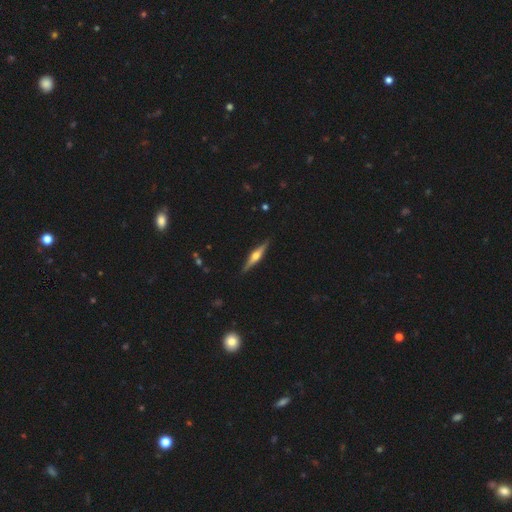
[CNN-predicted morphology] A featured or disk galaxy (73%) viewed edge-on (98%) with a rounded central bulge (92%).

Vote fractions:
- Smooth or featured? featured or disk: 73% / smooth: 22% / star or artifact: 6%
- Edge-on disk? yes: 98% / no: 2%
- Edge-on bulge? rounded: 92% / boxy: 5% / none: 3%
- Merging? none: 90% / minor disturbance: 7% / major disturbance: 1% / merger: 1%